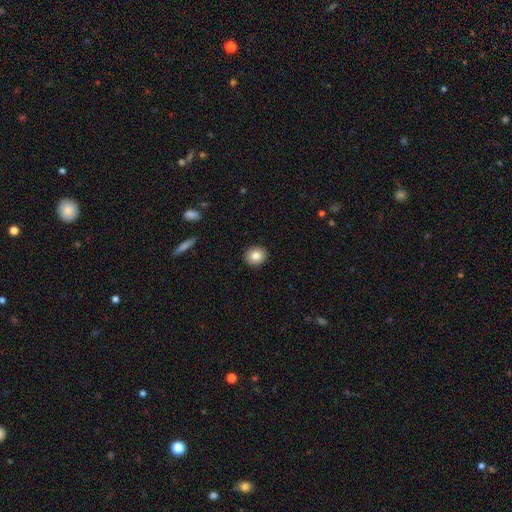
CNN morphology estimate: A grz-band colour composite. It shows a smooth galaxy with no disk features (83%) that is round (85%). Merging: none (92%).